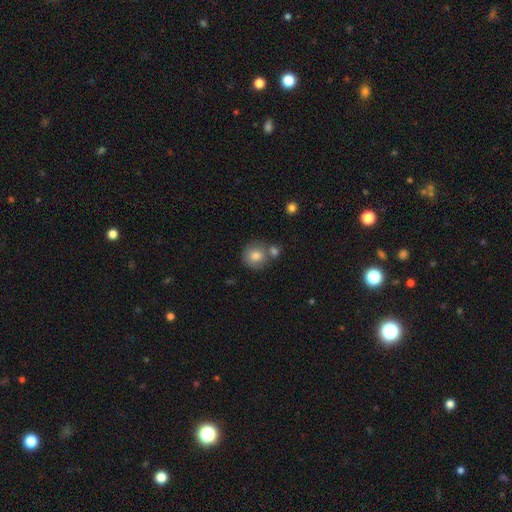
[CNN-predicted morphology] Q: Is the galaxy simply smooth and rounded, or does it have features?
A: smooth — 80%.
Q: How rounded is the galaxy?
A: round — 88%.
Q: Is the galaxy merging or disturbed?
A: none — 56%.